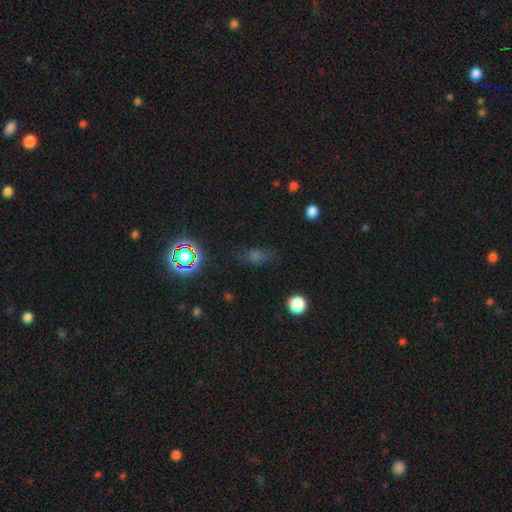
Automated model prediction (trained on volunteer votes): Smooth or featured?
  - smooth: 49% *
  - star or artifact: 34%
  - featured or disk: 17%
Merging?
  - none: 75% *
  - minor disturbance: 17%
  - major disturbance: 7%
  - merger: 2%